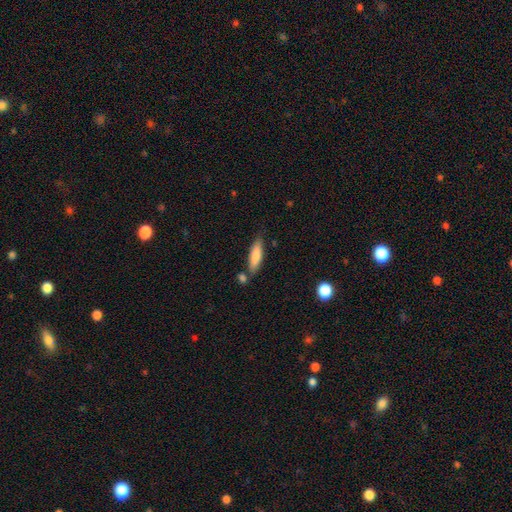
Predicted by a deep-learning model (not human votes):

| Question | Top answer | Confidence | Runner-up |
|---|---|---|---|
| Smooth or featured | smooth | 79% | featured or disk (15%) |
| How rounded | cigar-shaped | 63% | in between (35%) |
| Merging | none | 72% | minor disturbance (15%) |